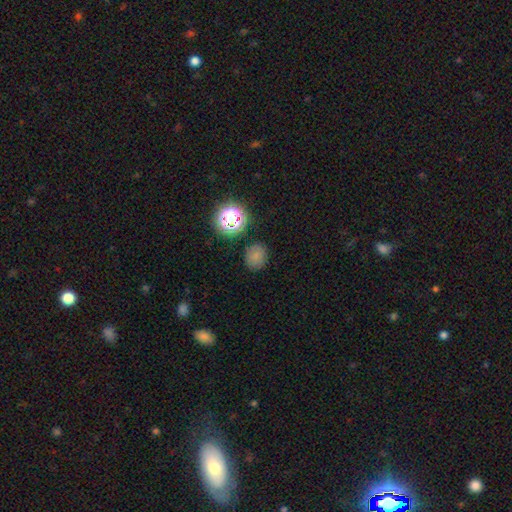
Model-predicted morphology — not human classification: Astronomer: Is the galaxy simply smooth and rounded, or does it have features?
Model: smooth — 73%.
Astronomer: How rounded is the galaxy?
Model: round — 72%.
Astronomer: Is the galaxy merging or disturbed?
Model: none — 83%.